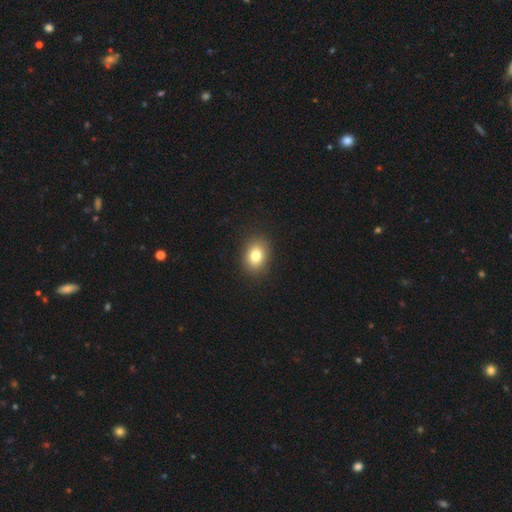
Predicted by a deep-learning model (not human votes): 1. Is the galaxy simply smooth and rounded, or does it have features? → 81% smooth, 11% star or artifact, 9% featured or disk.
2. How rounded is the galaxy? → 62% in between, 37% round, 1% cigar-shaped.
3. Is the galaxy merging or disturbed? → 90% none, 7% minor disturbance, 2% major disturbance, 1% merger.